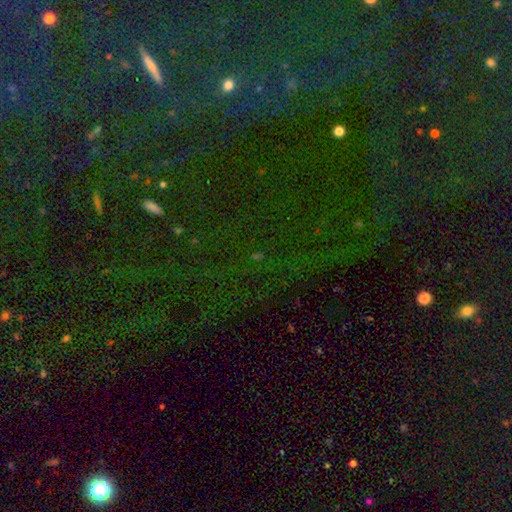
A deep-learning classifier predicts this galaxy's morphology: Smooth or featured? star or artifact (75%)